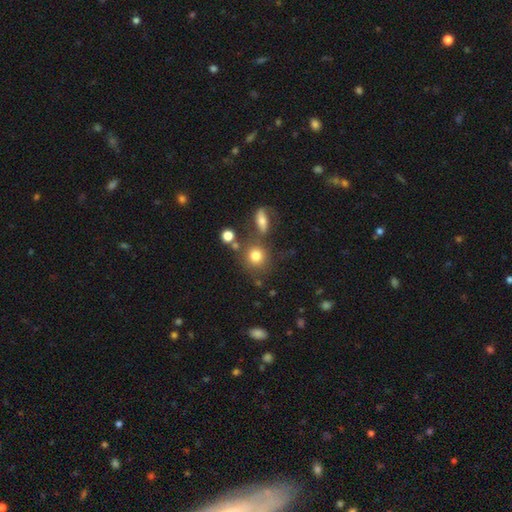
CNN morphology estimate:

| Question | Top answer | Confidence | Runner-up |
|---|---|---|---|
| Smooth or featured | smooth | 78% | star or artifact (12%) |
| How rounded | round | 84% | in between (15%) |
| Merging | none | 62% | merger (20%) |